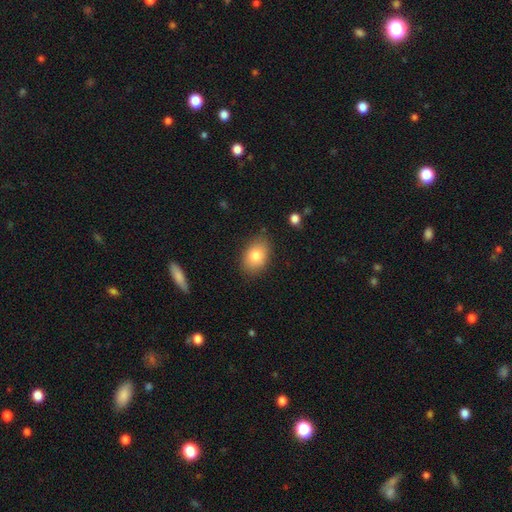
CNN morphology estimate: This appears to be a smooth galaxy with no disk features (81%) that is in between round and cigar-shaped (82%). Merging: none (82%).